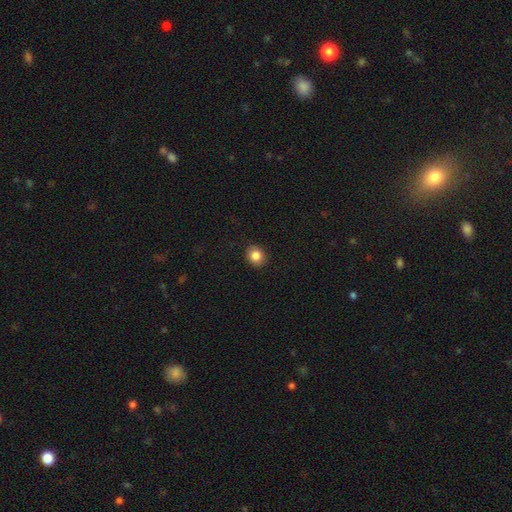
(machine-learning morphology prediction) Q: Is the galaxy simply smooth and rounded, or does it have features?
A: smooth — 84%.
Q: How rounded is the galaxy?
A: round — 73%.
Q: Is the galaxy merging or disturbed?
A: none — 89%.